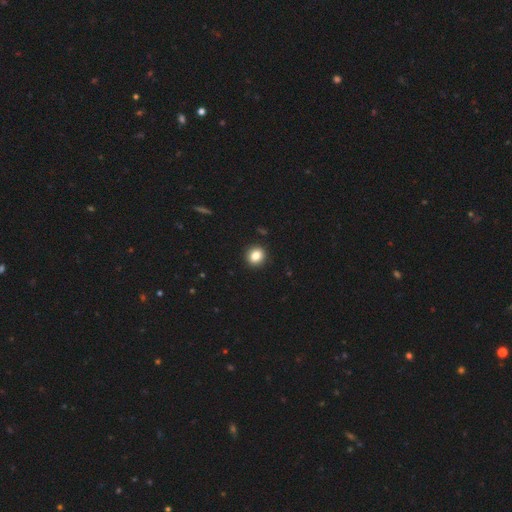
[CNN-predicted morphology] Overall: smooth (83%). How rounded: round (81%). Merging: none (92%).